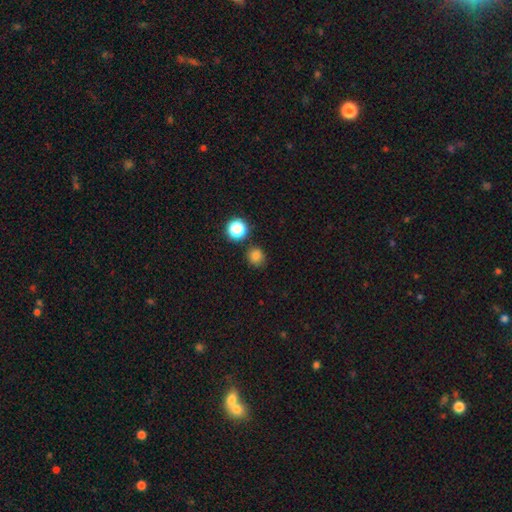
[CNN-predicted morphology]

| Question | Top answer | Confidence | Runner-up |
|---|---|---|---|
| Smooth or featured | smooth | 79% | star or artifact (16%) |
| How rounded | round | 89% | in between (10%) |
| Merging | none | 84% | minor disturbance (9%) |